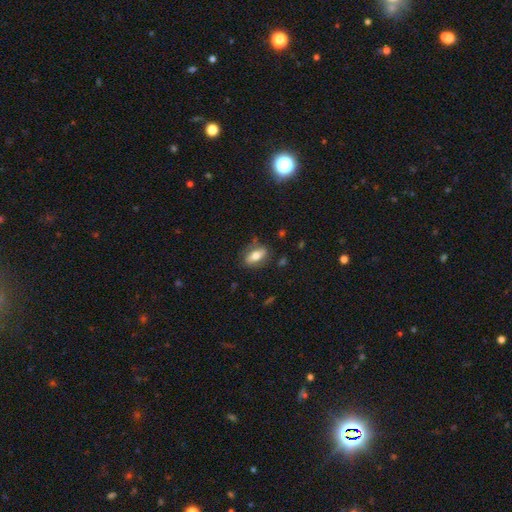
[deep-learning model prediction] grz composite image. It shows a smooth galaxy with no disk features (64%) that is in between round and cigar-shaped (80%). Merging: none (73%).